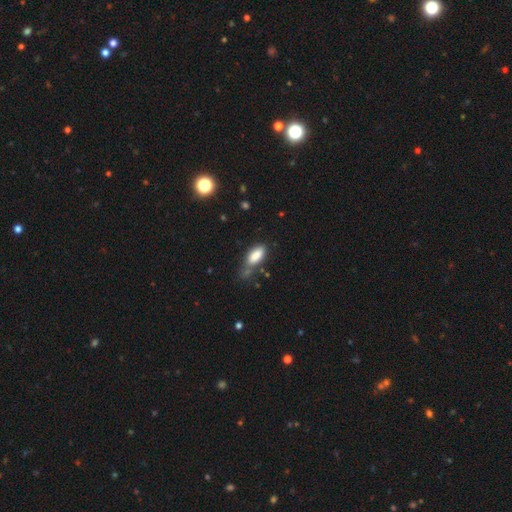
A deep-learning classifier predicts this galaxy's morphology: This is clearly a smooth galaxy (85%). How rounded: clearly in between (87%). Merging: possibly none (45%).